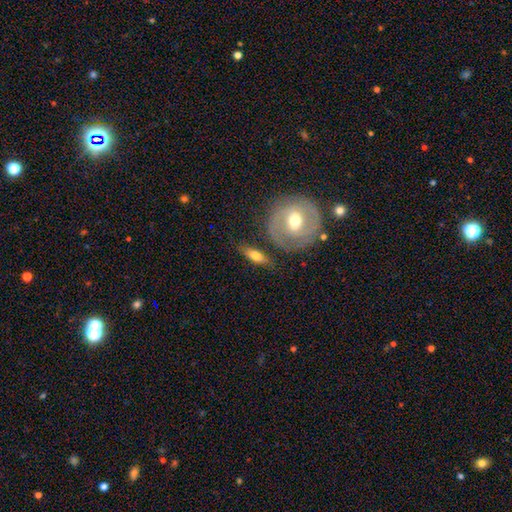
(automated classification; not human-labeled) A smooth galaxy with no disk features (59%) that is in between round and cigar-shaped (51%). Merging: none (76%).